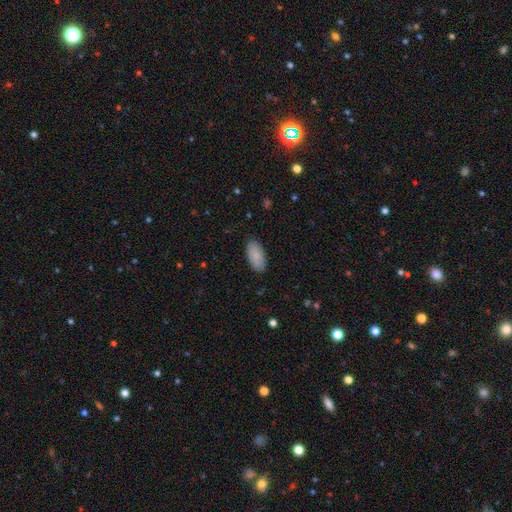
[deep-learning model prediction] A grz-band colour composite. It shows a smooth galaxy with no disk features (89%) that is in between round and cigar-shaped (93%). Merging: none (87%).